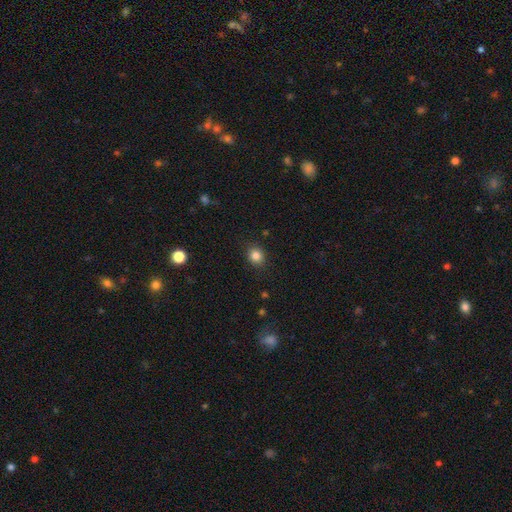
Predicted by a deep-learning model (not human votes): Smooth or featured? Predicted: smooth (p=0.84). How rounded? Predicted: round (p=0.73). Merging? Predicted: none (p=0.89).